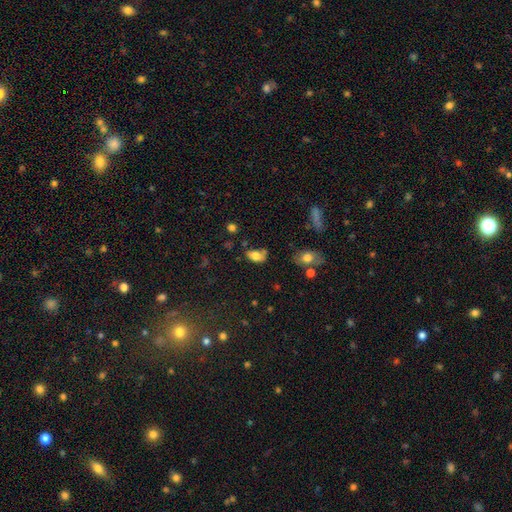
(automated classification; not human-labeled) The model was most divided on "merging": none: 51%, minor disturbance: 30%, merger: 10%, major disturbance: 9%. More confident: how rounded — in between (88%); smooth or featured — smooth (77%).